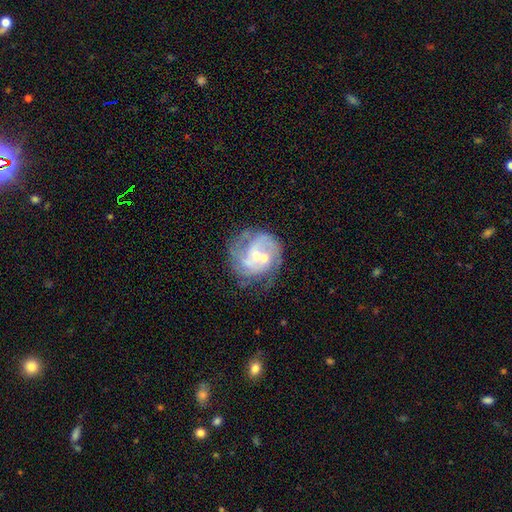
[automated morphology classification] A featured or disk galaxy (77%) with no bar (59%), medium (41%) spiral arms (82%) and a small central bulge (49%).

Vote fractions:
- Smooth or featured? featured or disk: 77% / smooth: 15% / star or artifact: 7%
- Edge-on disk? no: 98% / yes: 2%
- Bar? no: 59% / weak: 34% / strong: 7%
- Spiral arms? yes: 82% / no: 18%
- Spiral winding? medium: 41% / tight: 39% / loose: 20%
- Spiral arm count? can't tell: 32% / 2: 31% / 3: 20% / 4: 6% / 1: 6% / more than 4: 4%
- Bulge size? small: 49% / moderate: 38% / none: 8% / large: 3% / dominant: 1%
- Merging? none: 49% / minor disturbance: 18% / merger: 17% / major disturbance: 16%